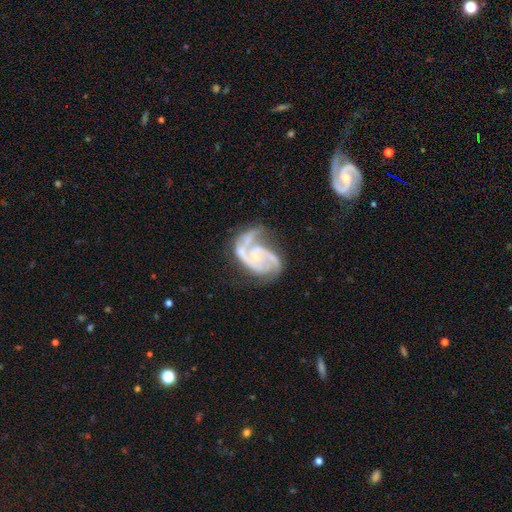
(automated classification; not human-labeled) Q: Smooth or featured?
A: featured or disk (89%); runner-up: smooth (6%)
Q: Edge-on disk?
A: no (98%); runner-up: yes (2%)
Q: Bar?
A: no (63%); runner-up: weak (30%)
Q: Spiral arms?
A: yes (96%); runner-up: no (4%)
Q: Spiral winding?
A: medium (50%); runner-up: tight (31%)
Q: Spiral arm count?
A: 2 (57%); runner-up: 3 (21%)
Q: Bulge size?
A: small (69%); runner-up: moderate (20%)
Q: Merging?
A: none (39%); runner-up: major disturbance (29%)